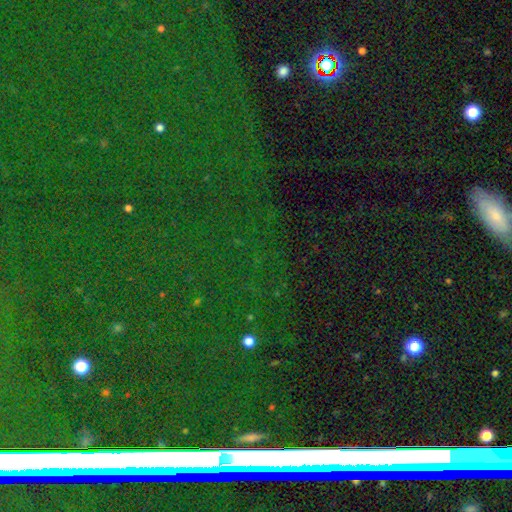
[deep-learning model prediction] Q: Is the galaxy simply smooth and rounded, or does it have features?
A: star or artifact — 75%.